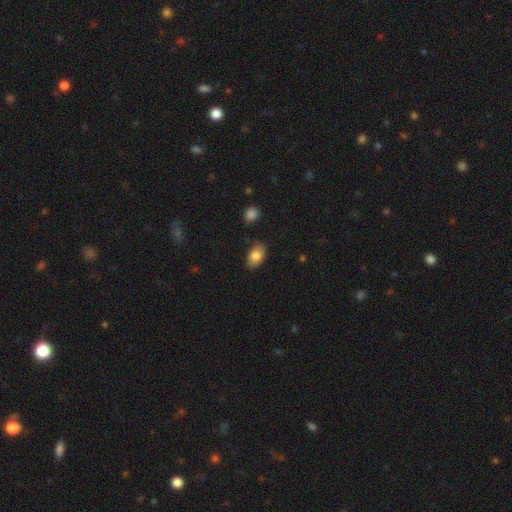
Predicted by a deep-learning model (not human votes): A smooth galaxy with no disk features (82%) that is in between round and cigar-shaped (88%).

Vote fractions:
- Smooth or featured? smooth: 82% / featured or disk: 11% / star or artifact: 8%
- How rounded? in between: 88% / round: 11% / cigar-shaped: 1%
- Merging? none: 81% / minor disturbance: 15% / major disturbance: 3% / merger: 2%